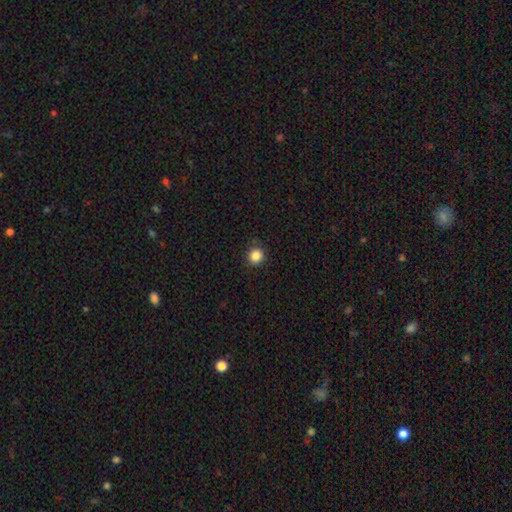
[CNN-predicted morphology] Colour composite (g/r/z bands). It shows a smooth galaxy with no disk features (85%) that is round (91%). Merging: none (89%).